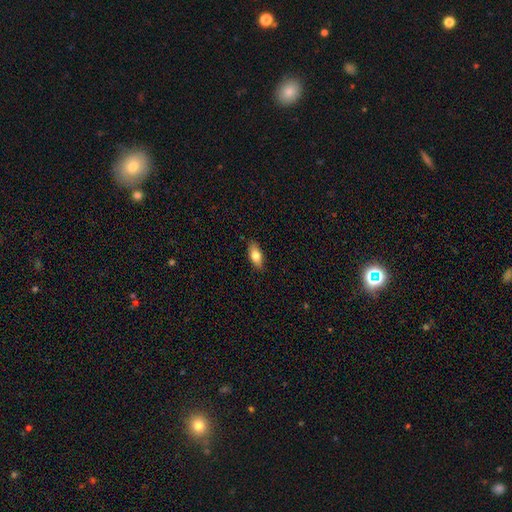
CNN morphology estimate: Smooth or featured: smooth — 78% (featured or disk — 15%)
How rounded: in between — 85% (cigar-shaped — 12%)
Merging: none — 86% (minor disturbance — 11%)